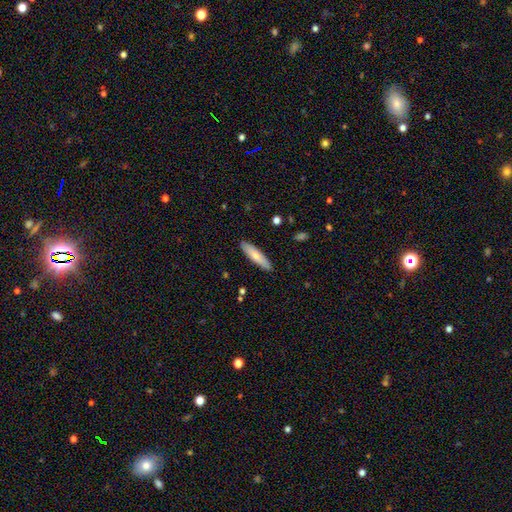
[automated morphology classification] Smooth or featured: smooth — 74% (featured or disk — 21%)
How rounded: cigar-shaped — 75% (in between — 24%)
Merging: none — 89% (minor disturbance — 8%)